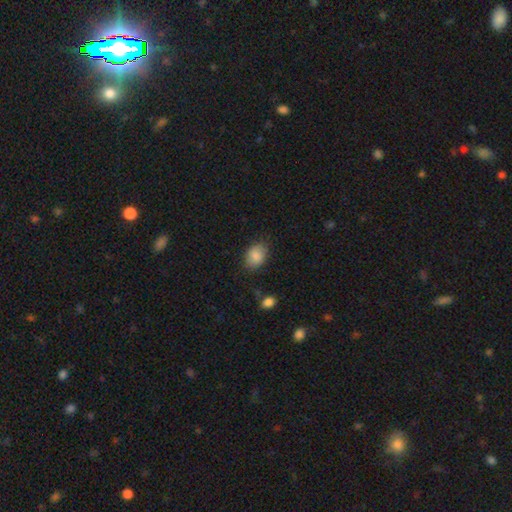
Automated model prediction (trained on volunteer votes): Smooth or featured? Predicted: smooth (p=0.87). How rounded? Predicted: in between (p=0.76). Merging? Predicted: none (p=0.80).